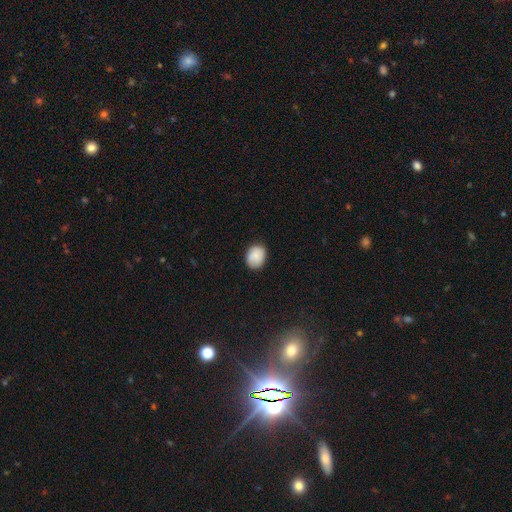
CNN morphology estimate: Q: Smooth or featured?
A: smooth (84%); runner-up: featured or disk (9%)
Q: How rounded?
A: in between (53%); runner-up: round (46%)
Q: Merging?
A: none (82%); runner-up: minor disturbance (14%)